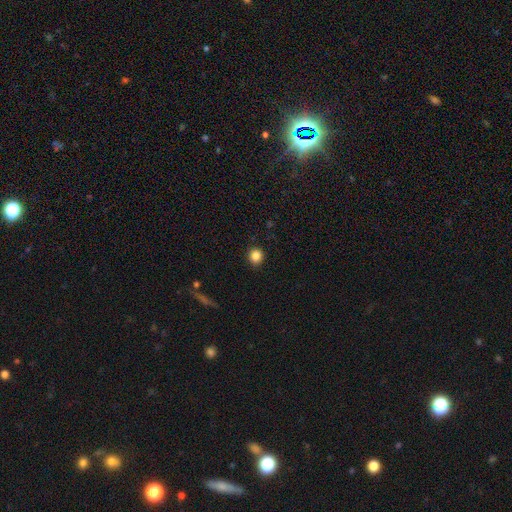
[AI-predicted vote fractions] Q: Smooth or featured?
A: smooth (85%); runner-up: star or artifact (11%)
Q: How rounded?
A: round (86%); runner-up: in between (13%)
Q: Merging?
A: none (90%); runner-up: minor disturbance (7%)